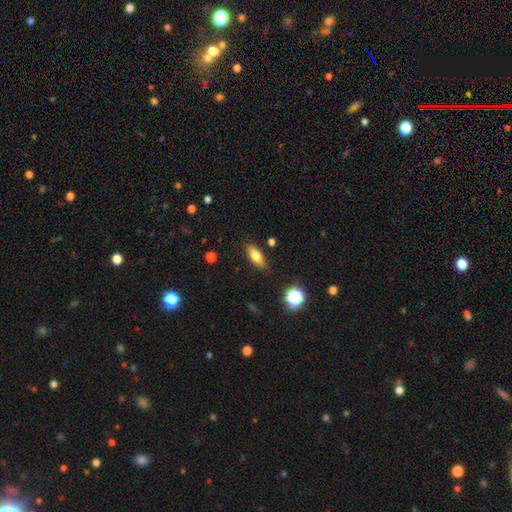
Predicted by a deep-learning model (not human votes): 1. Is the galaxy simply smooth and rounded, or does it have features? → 75% smooth, 16% featured or disk, 9% star or artifact.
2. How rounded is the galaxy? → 75% in between, 20% cigar-shaped, 4% round.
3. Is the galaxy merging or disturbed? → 84% none, 11% minor disturbance, 3% major disturbance, 2% merger.